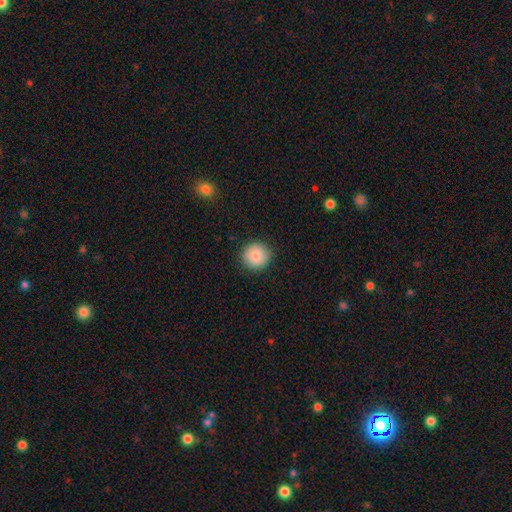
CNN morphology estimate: smooth_or_featured: smooth (p=0.85) [alt: star or artifact p=0.08]
how_rounded: round (p=0.93) [alt: in between p=0.06]
merging: none (p=0.89) [alt: minor disturbance p=0.08]